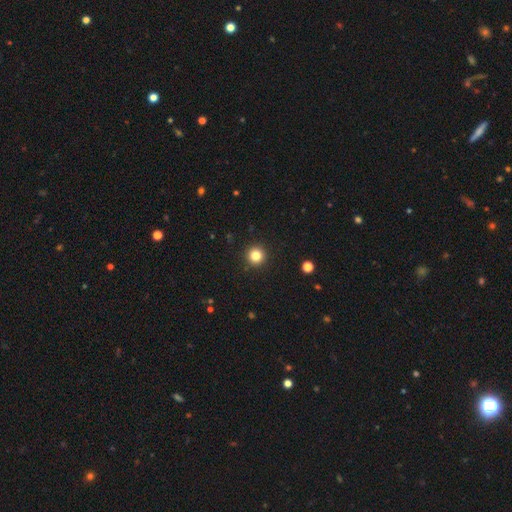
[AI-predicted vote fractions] Smooth or featured? smooth (82%)
How rounded? round (96%)
Merging? none (93%)